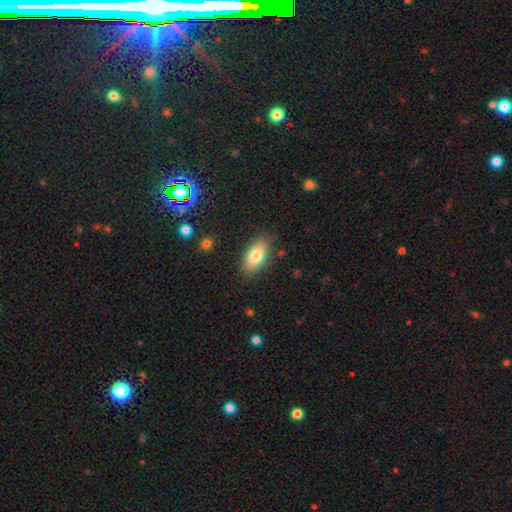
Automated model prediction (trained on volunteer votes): Morphology: type=smooth (80%); roundness=in between (91%); merging=none (83%).